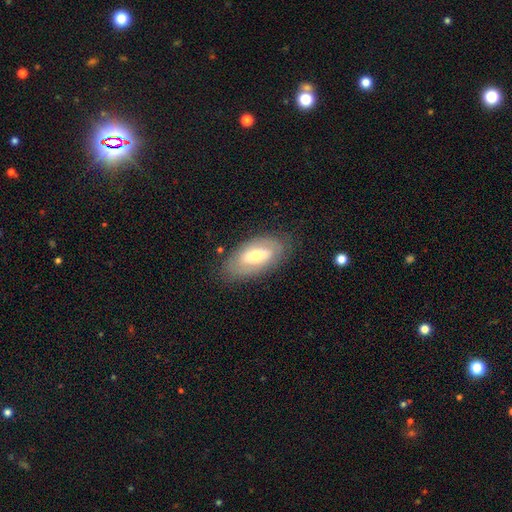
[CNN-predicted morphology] This appears to be a featured or disk galaxy (55%). Merging: none (80%).